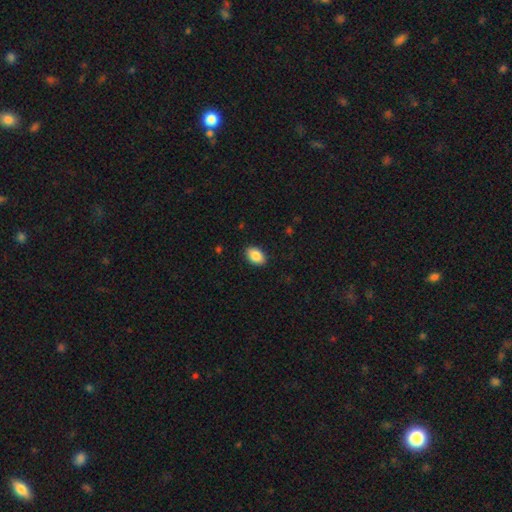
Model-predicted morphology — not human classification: A smooth galaxy with no disk features (87%) that is in between round and cigar-shaped (87%). Merging: none (89%).